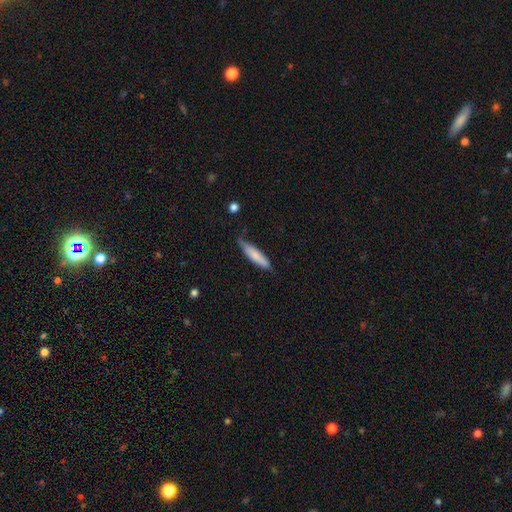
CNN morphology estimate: smooth_or_featured: smooth (p=0.76) [alt: featured or disk p=0.19]
how_rounded: cigar-shaped (p=0.75) [alt: in between p=0.24]
merging: none (p=0.63) [alt: minor disturbance p=0.30]